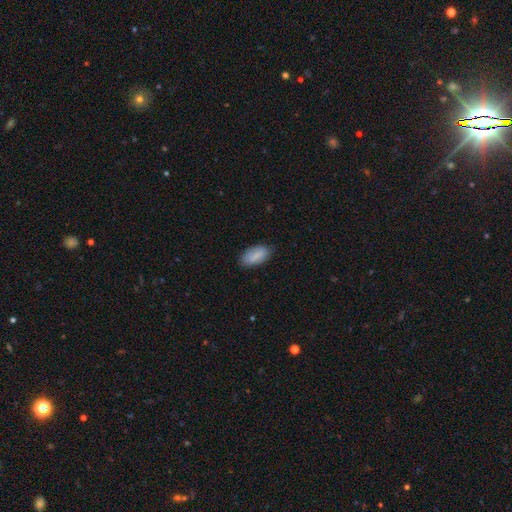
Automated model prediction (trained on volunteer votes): Smooth or featured?
  - smooth: 85% *
  - featured or disk: 9%
  - star or artifact: 6%
How rounded?
  - in between: 92% *
  - cigar-shaped: 5%
  - round: 3%
Merging?
  - none: 83% *
  - minor disturbance: 13%
  - major disturbance: 3%
  - merger: 1%